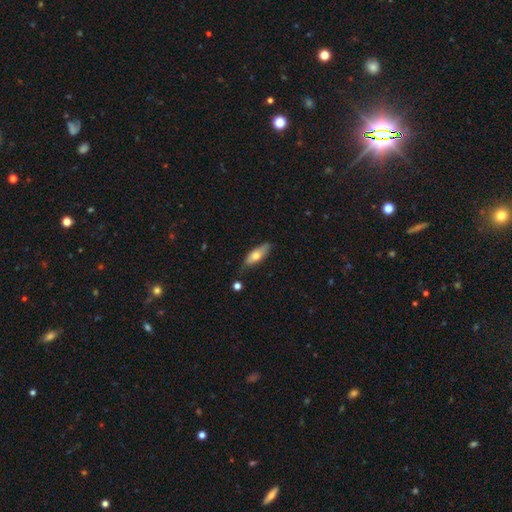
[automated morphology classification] Smooth or featured?
  - smooth: 63% *
  - featured or disk: 31%
  - star or artifact: 6%
How rounded?
  - in between: 59% *
  - cigar-shaped: 38%
  - round: 3%
Merging?
  - none: 69% *
  - minor disturbance: 23%
  - major disturbance: 4%
  - merger: 3%